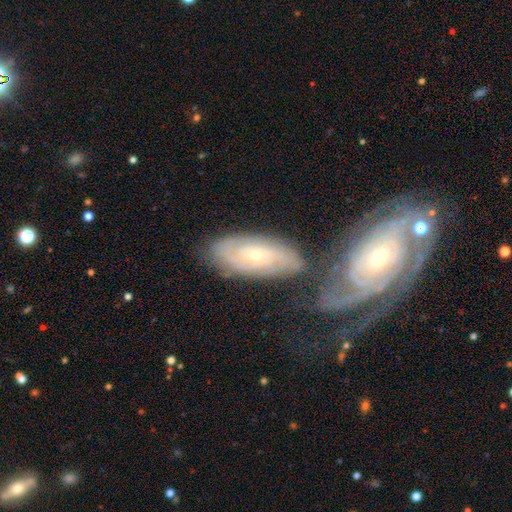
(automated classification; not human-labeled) The model was most divided on "spiral arm count": can't tell: 47%, 2: 27%, 3: 11%, 4: 7%, more than 4: 4%, 1: 4%. More confident: edge-on disk — no (90%); spiral arms — yes (85%); bulge size — small (72%); bar — no (70%); smooth or featured — featured or disk (65%); spiral winding — tight (64%); merging — none (60%).